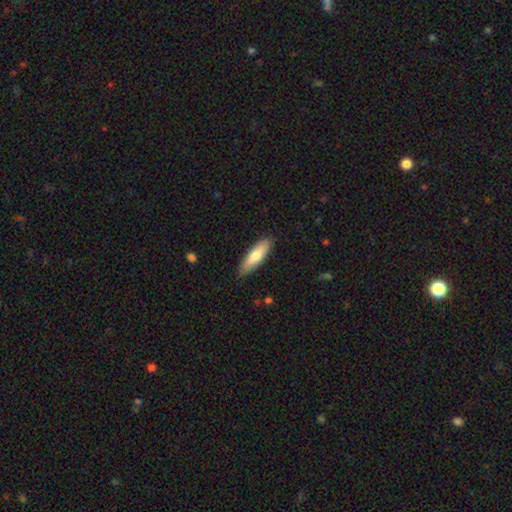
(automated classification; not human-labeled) The model was most divided on "how rounded": cigar-shaped: 54%, in between: 44%, round: 2%. More confident: merging — none (87%); smooth or featured — smooth (71%).